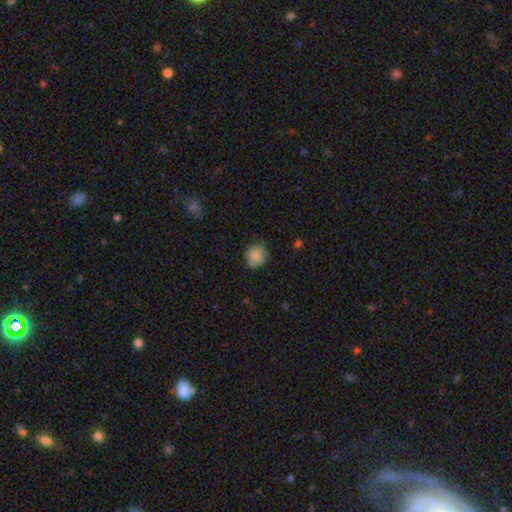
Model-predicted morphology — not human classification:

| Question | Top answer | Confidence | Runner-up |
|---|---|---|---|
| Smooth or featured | smooth | 84% | featured or disk (8%) |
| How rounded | round | 73% | in between (26%) |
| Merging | none | 72% | minor disturbance (23%) |